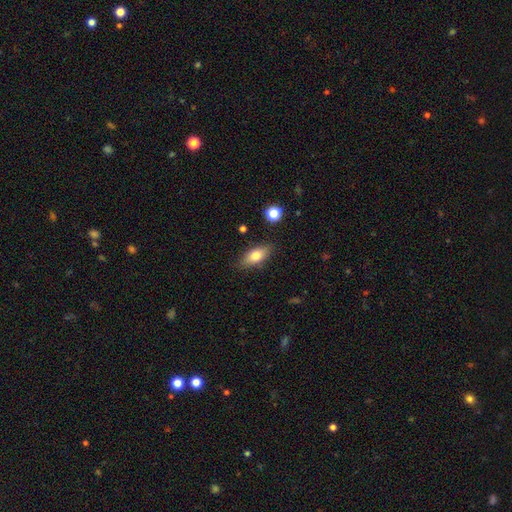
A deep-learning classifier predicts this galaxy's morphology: The model was most divided on "smooth or featured": smooth: 74%, featured or disk: 19%, star or artifact: 8%. More confident: merging — none (83%); how rounded — in between (81%).